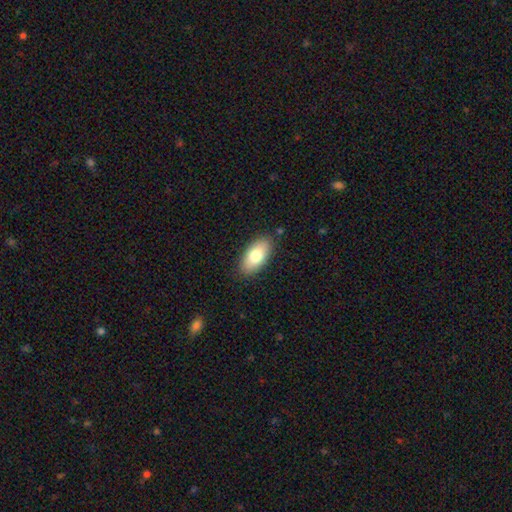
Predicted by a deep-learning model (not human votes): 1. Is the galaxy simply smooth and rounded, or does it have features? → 79% smooth, 15% featured or disk, 6% star or artifact.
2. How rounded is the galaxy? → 92% in between, 5% cigar-shaped, 2% round.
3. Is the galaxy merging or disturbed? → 87% none, 10% minor disturbance, 2% major disturbance, 1% merger.